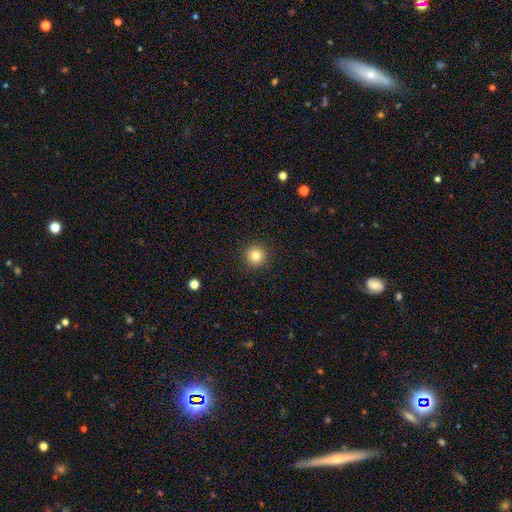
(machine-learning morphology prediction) type=smooth (83%); roundness=round (96%); merging=none (93%).